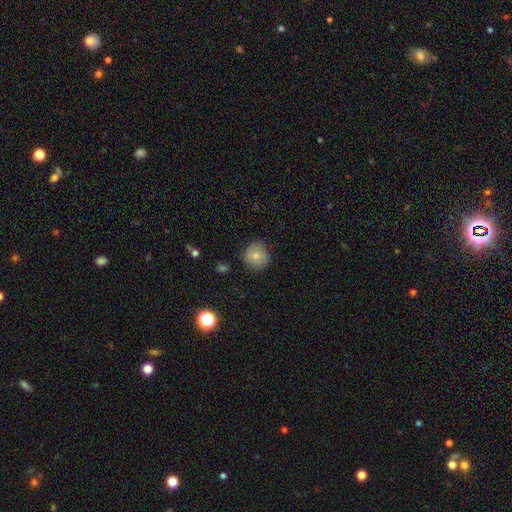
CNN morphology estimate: This appears to be a smooth galaxy with no disk features (79%) that is round (90%). Merging: none (78%).